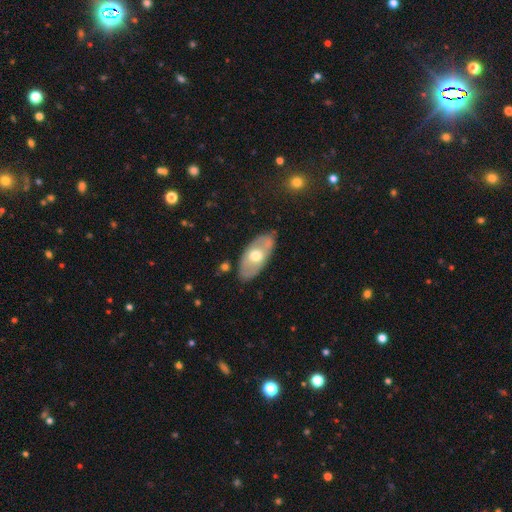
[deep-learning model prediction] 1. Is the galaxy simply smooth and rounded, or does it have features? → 49% featured or disk, 46% smooth, 5% star or artifact.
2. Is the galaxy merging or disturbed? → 80% none, 14% minor disturbance, 3% major disturbance, 2% merger.